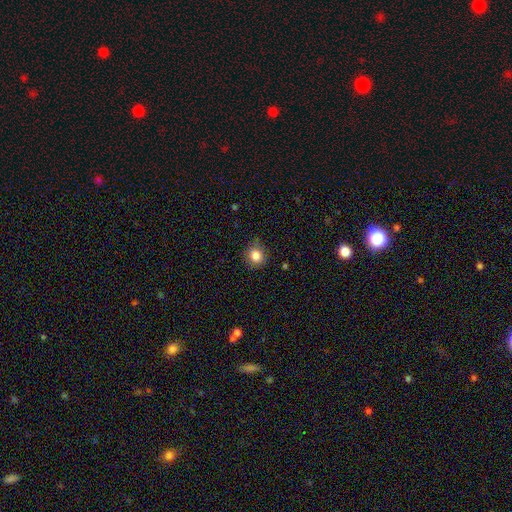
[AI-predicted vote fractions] smooth-or-featured: smooth: 83% | star or artifact: 11% | featured or disk: 6%
  how-rounded: round: 80% | in between: 19% | cigar-shaped: 1%
  merging: none: 80% | minor disturbance: 16% | major disturbance: 3% | merger: 1%